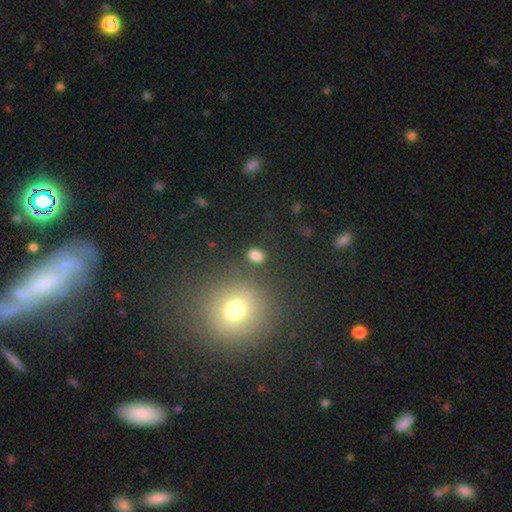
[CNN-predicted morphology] smooth 80%, star or artifact 15%, featured or disk 5%. Down the decision tree: how rounded — in between (73%); merging — none (83%).